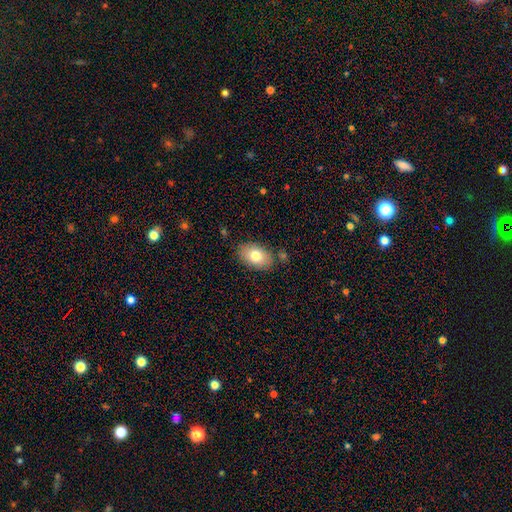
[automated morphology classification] This is likely a smooth galaxy (78%). How rounded: clearly in between (89%). Merging: clearly none (82%).